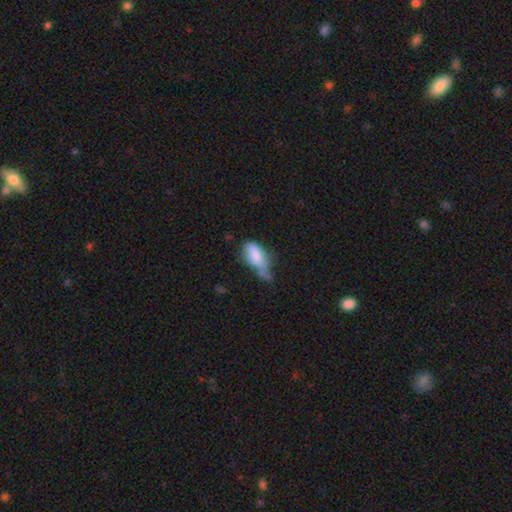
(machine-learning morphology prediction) Smooth or featured?
  - smooth: 72% *
  - featured or disk: 20%
  - star or artifact: 8%
How rounded?
  - in between: 89% *
  - cigar-shaped: 7%
  - round: 4%
Merging?
  - minor disturbance: 37% *
  - major disturbance: 25%
  - none: 23%
  - merger: 15%